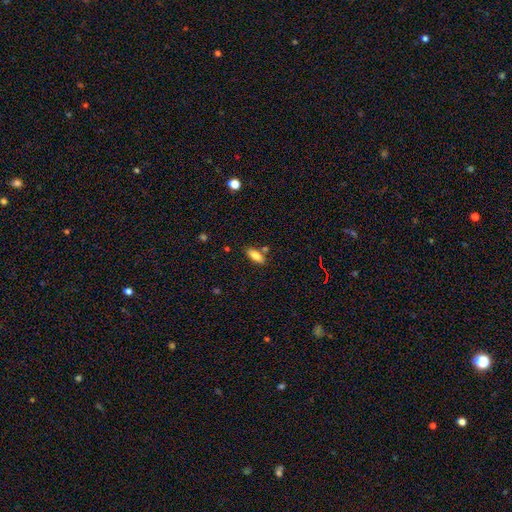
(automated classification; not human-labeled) smooth 79%, featured or disk 13%, star or artifact 8%. Down the decision tree: how rounded — in between (78%); merging — none (75%).